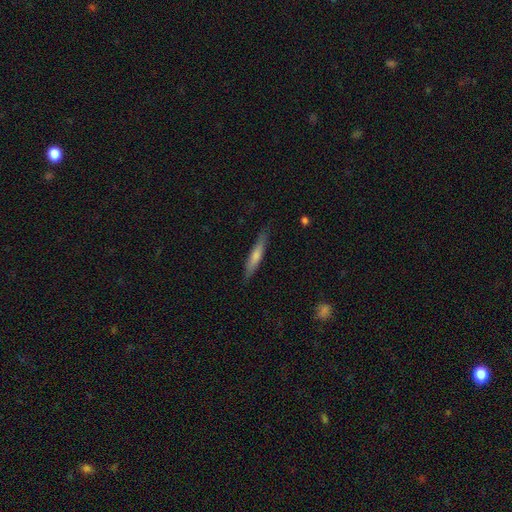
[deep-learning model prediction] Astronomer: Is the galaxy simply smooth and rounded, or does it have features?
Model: smooth — 53% (runner-up: featured or disk, 41%).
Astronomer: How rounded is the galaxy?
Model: cigar-shaped — 93%.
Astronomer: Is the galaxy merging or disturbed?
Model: none — 87%.